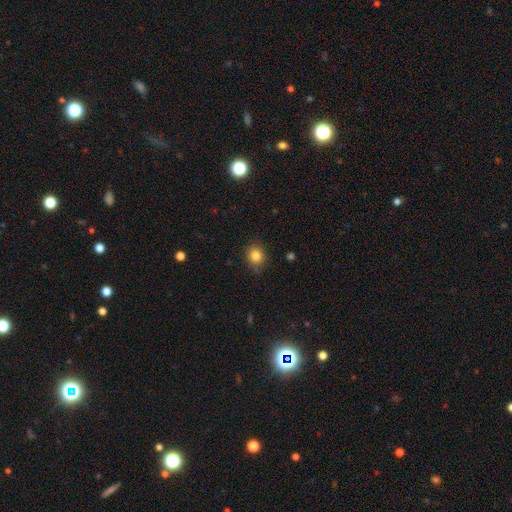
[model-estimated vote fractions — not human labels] A smooth galaxy with no disk features (83%) that is round (83%). Merging: none (83%).